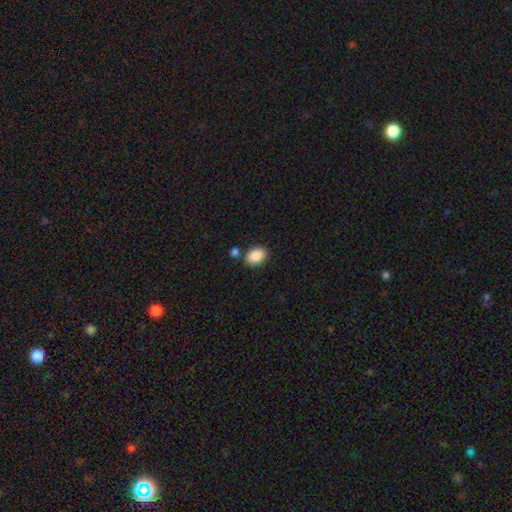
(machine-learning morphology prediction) Smooth or featured? Predicted: smooth (p=0.89). How rounded? Predicted: in between (p=0.79). Merging? Predicted: none (p=0.77).